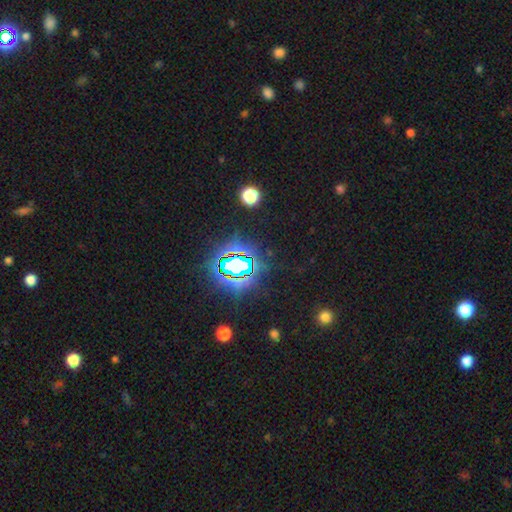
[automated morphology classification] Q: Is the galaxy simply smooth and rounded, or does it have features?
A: star or artifact — 83%.